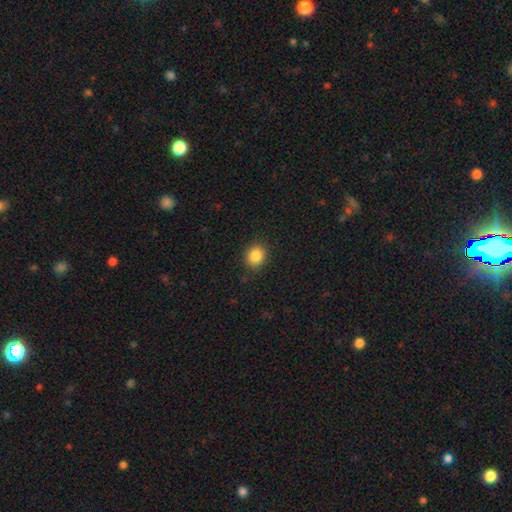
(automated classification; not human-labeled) smooth_or_featured: smooth (p=0.85) [alt: star or artifact p=0.10]
how_rounded: round (p=0.76) [alt: in between p=0.23]
merging: none (p=0.88) [alt: minor disturbance p=0.09]